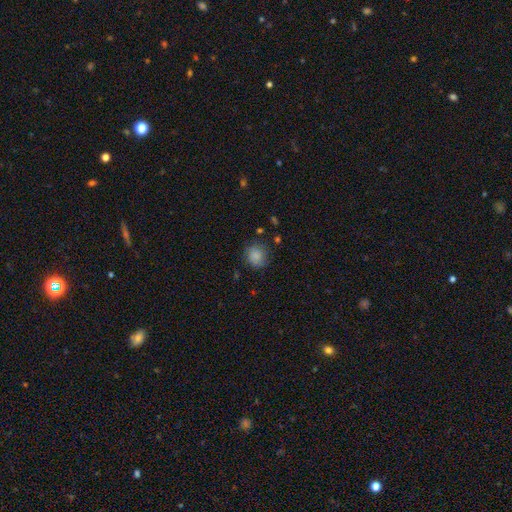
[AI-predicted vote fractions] Smooth or featured? Predicted: smooth (p=0.82). How rounded? Predicted: round (p=0.84). Merging? Predicted: none (p=0.74).